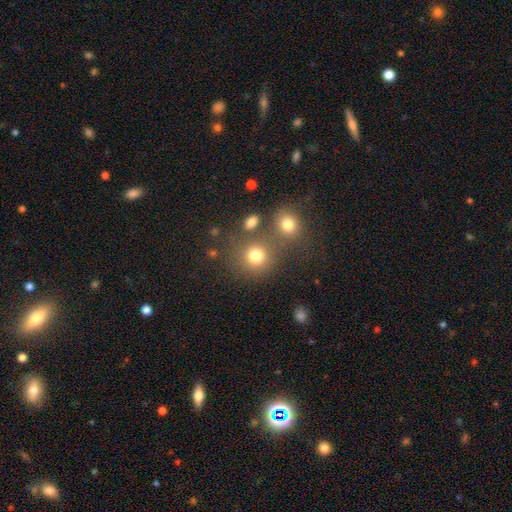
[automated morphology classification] This is likely a smooth galaxy (77%). How rounded: clearly round (86%). Merging: likely none (64%).